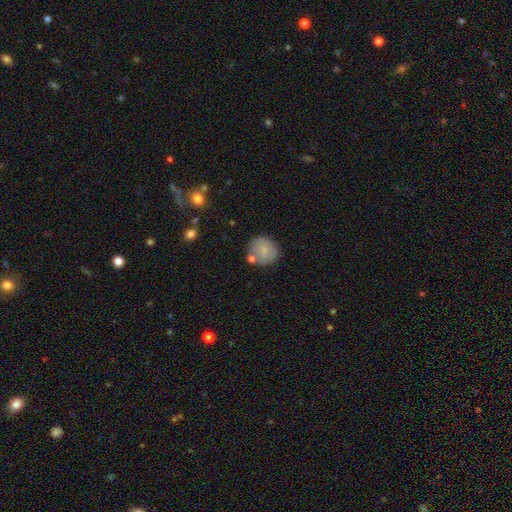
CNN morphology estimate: smooth_or_featured: smooth (p=0.79) [alt: featured or disk p=0.12]
how_rounded: round (p=0.89) [alt: in between p=0.10]
merging: none (p=0.70) [alt: minor disturbance p=0.14]